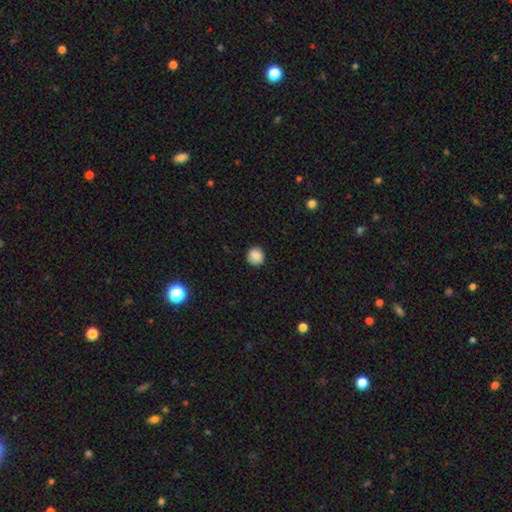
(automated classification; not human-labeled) Morphology: type=smooth (87%); roundness=round (93%); merging=none (90%).